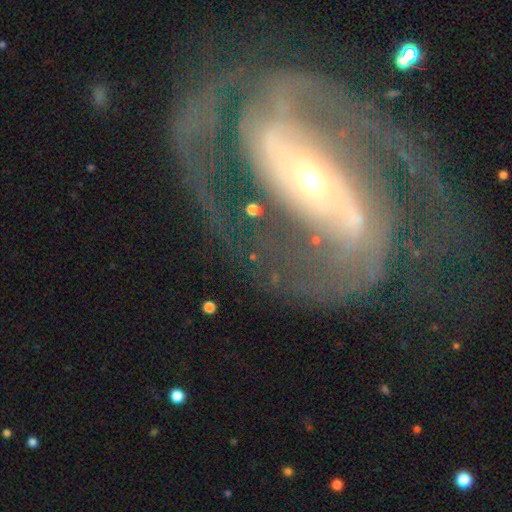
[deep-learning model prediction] smooth-or-featured: featured or disk: 91% | star or artifact: 5% | smooth: 4%
  disk-edge-on: no: 97% | yes: 3%
    bar: strong: 56% | weak: 26% | no: 18%
    has-spiral-arms: yes: 97% | no: 3%
      spiral-winding: medium: 55% | tight: 27% | loose: 18%
      spiral-arm-count: 2: 90% | can't tell: 3% | 3: 3% | 1: 2% | 4: 1% | more than 4: 1%
    bulge-size: small: 55% | moderate: 38% | large: 4% | dominant: 1% | none: 1%
  merging: none: 68% | major disturbance: 15% | minor disturbance: 14% | merger: 3%